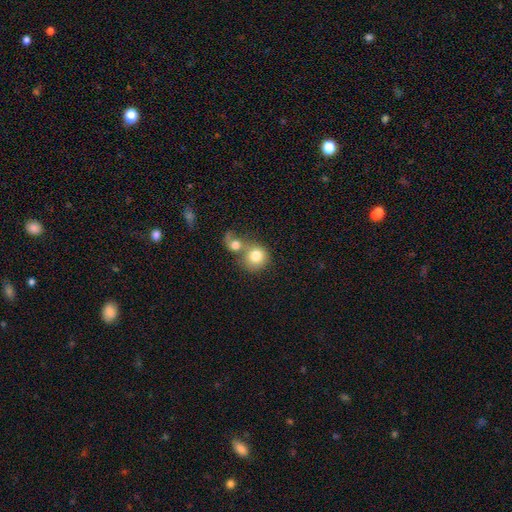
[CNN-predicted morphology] Q: Smooth or featured?
A: smooth (78%); runner-up: featured or disk (14%)
Q: How rounded?
A: round (84%); runner-up: in between (15%)
Q: Merging?
A: merger (58%); runner-up: none (31%)